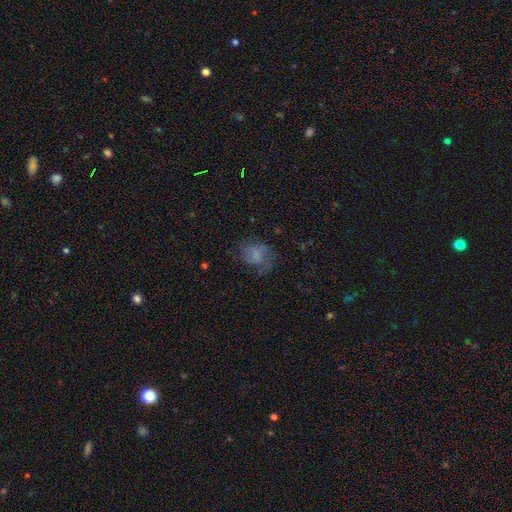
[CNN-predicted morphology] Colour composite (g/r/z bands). It shows a smooth galaxy with no disk features (53%) that is in between round and cigar-shaped (58%). Merging: none (49%).